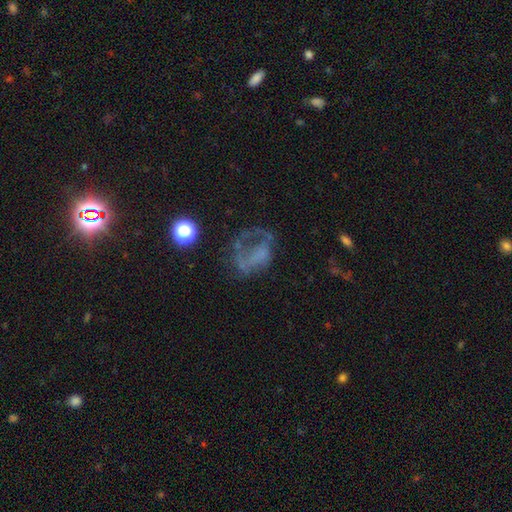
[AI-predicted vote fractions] Smooth or featured? featured or disk (48%)
Merging? major disturbance (42%)